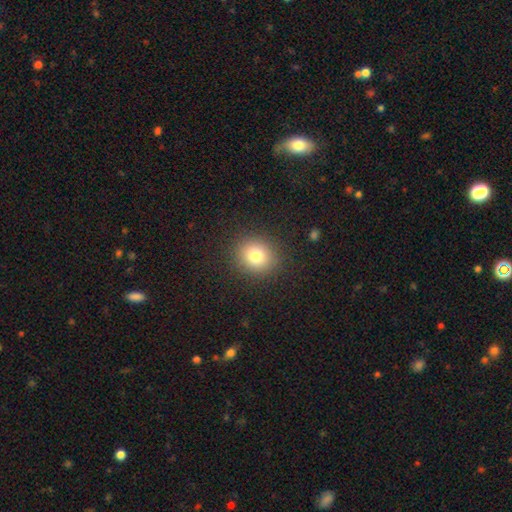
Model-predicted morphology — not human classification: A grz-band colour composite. It shows a smooth galaxy with no disk features (79%) that is round (84%). Merging: none (89%).